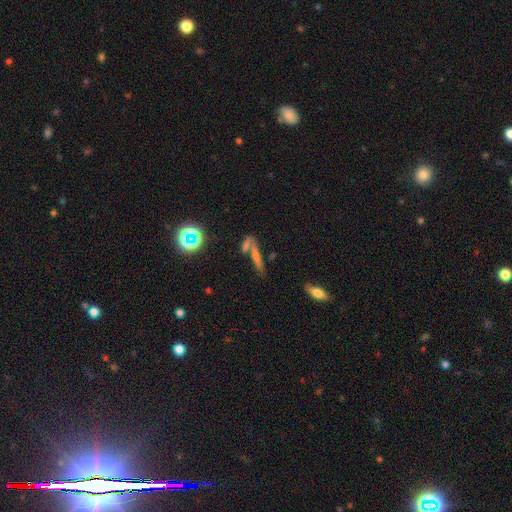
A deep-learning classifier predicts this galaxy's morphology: Smooth or featured?
  - smooth: 55% *
  - featured or disk: 27%
  - star or artifact: 17%
How rounded?
  - cigar-shaped: 78% *
  - in between: 17%
  - round: 5%
Merging?
  - none: 46% *
  - merger: 36%
  - minor disturbance: 12%
  - major disturbance: 7%